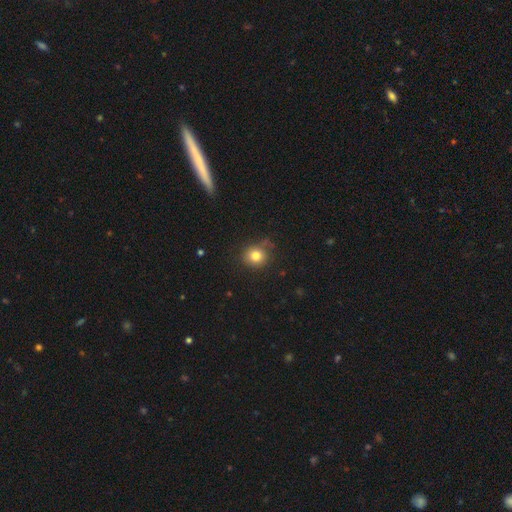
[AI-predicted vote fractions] Q: Smooth or featured?
A: smooth (81%); runner-up: star or artifact (12%)
Q: How rounded?
A: round (85%); runner-up: in between (14%)
Q: Merging?
A: none (78%); runner-up: minor disturbance (16%)